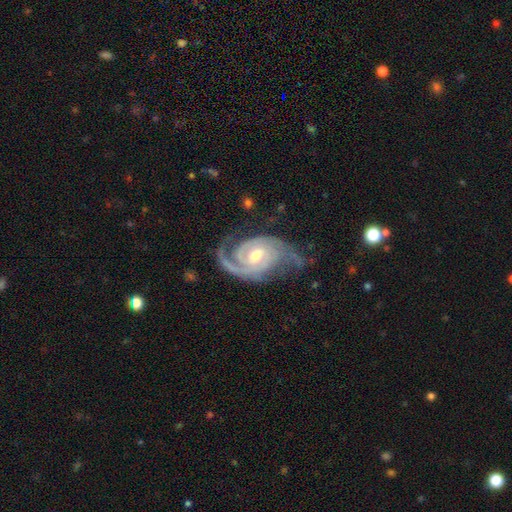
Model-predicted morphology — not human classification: A featured or disk galaxy (93%) with no bar (46%), 2 (67%) tight (53%) spiral arms (98%) and a moderate central bulge (66%). Merging: none (66%).